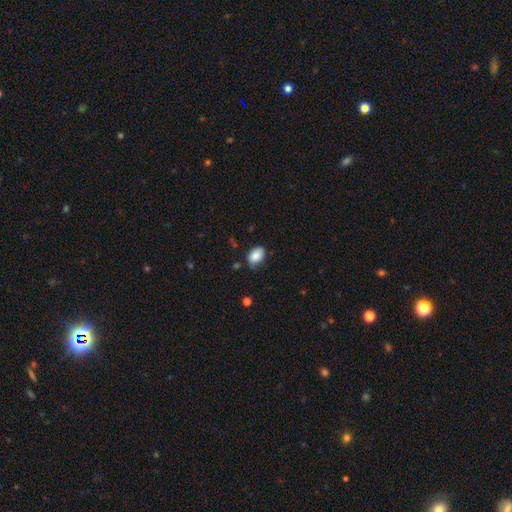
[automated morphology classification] Smooth or featured: smooth — 85% (star or artifact — 8%)
How rounded: in between — 84% (round — 15%)
Merging: none — 66% (minor disturbance — 27%)